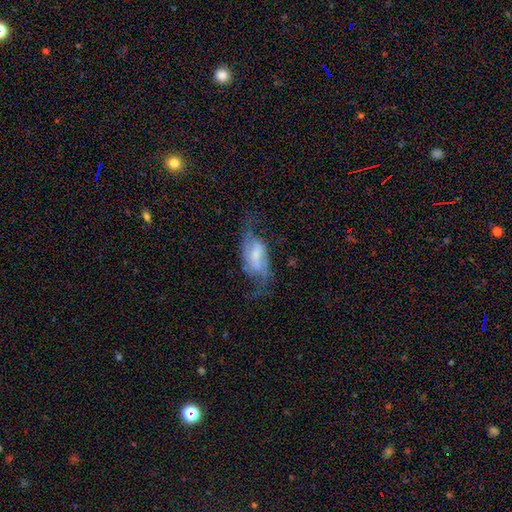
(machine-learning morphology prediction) Overall: featured or disk (70%). Edge-on disk: no (92%). Bar: weak (48%; no 27%). Spiral arms: yes (85%). Spiral arm count: 2 (80%). Spiral winding: loose (52%; medium 37%). Bulge size: small (40%; moderate 31%). Merging: none (48%; major disturbance 28%).